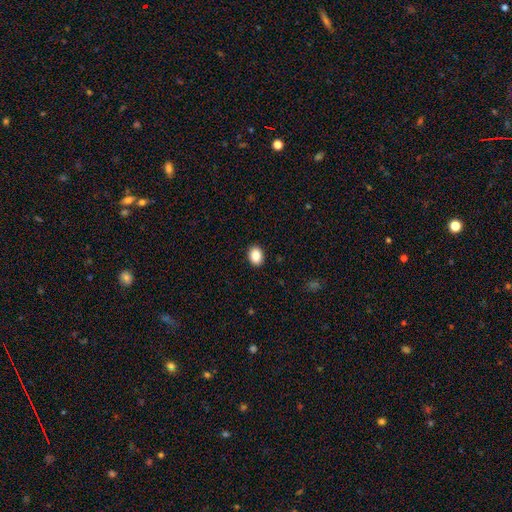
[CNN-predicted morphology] Smooth or featured: smooth — 87% (star or artifact — 8%)
How rounded: in between — 67% (round — 32%)
Merging: none — 91% (minor disturbance — 6%)